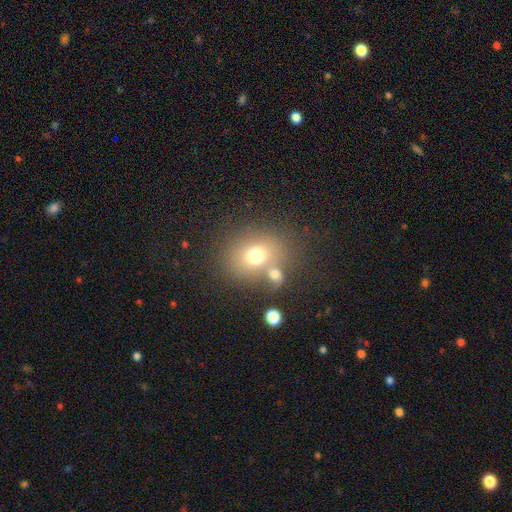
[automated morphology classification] smooth_or_featured: smooth (p=0.70) [alt: featured or disk p=0.16]
how_rounded: round (p=0.62) [alt: in between p=0.37]
merging: none (p=0.59) [alt: merger p=0.22]